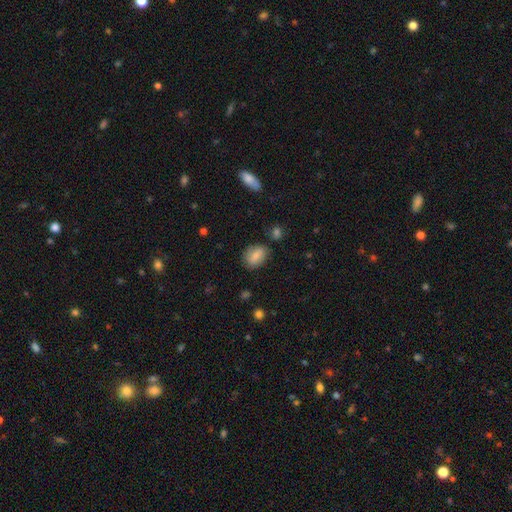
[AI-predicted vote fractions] smooth 80%, featured or disk 12%, star or artifact 8%. Down the decision tree: how rounded — in between (74%); merging — none (76%).